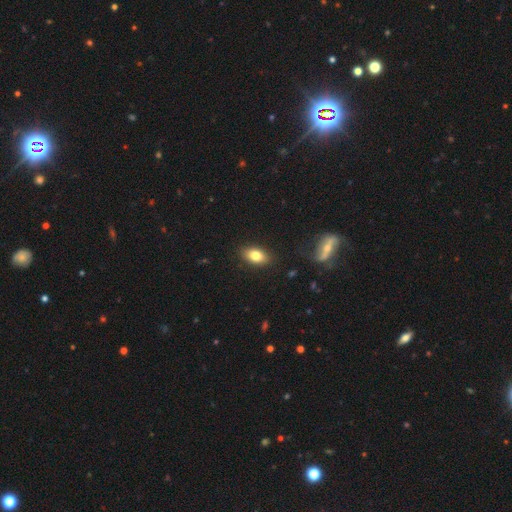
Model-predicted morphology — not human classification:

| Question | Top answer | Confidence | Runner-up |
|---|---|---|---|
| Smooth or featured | smooth | 80% | featured or disk (12%) |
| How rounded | in between | 88% | round (9%) |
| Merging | none | 87% | minor disturbance (9%) |